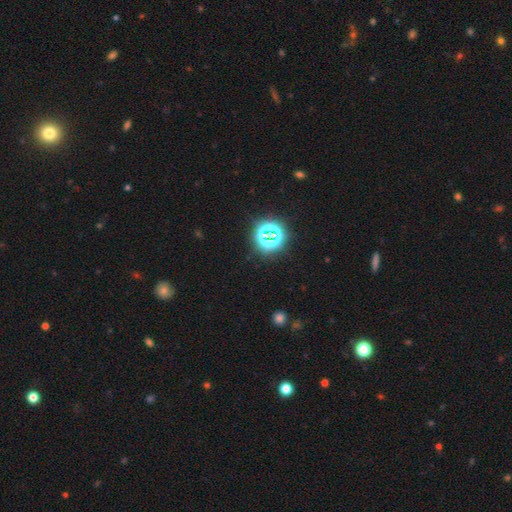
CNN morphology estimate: Smooth or featured? Predicted: star or artifact (p=0.75).